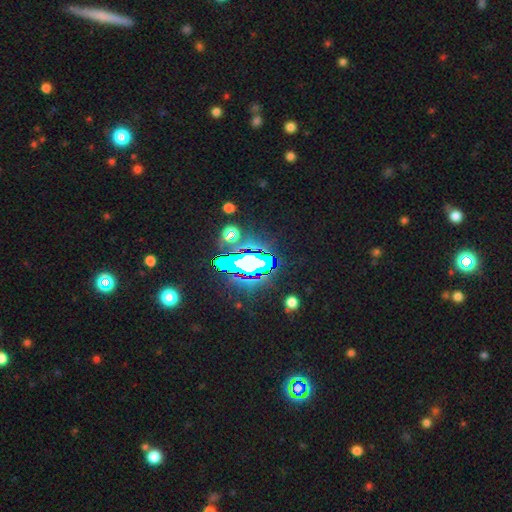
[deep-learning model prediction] Smooth or featured? Predicted: star or artifact (p=0.71).